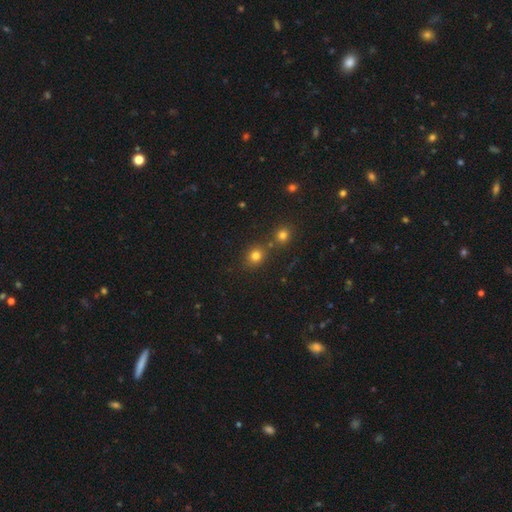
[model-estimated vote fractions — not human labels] smooth 78%, star or artifact 15%, featured or disk 6%. Down the decision tree: how rounded — round (74%); merging — none (69%).